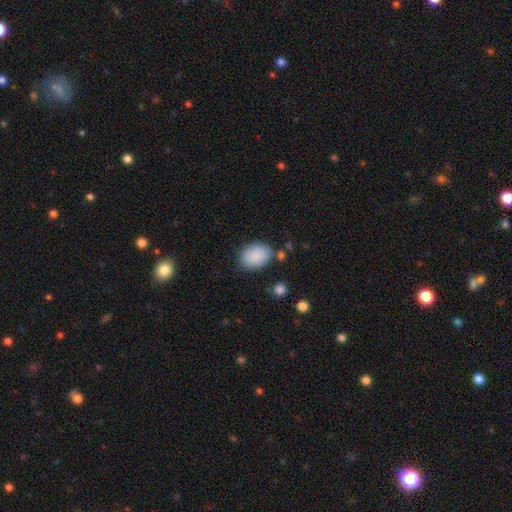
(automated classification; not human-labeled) Smooth or featured? Predicted: smooth (p=0.89). How rounded? Predicted: in between (p=0.72). Merging? Predicted: none (p=0.80).